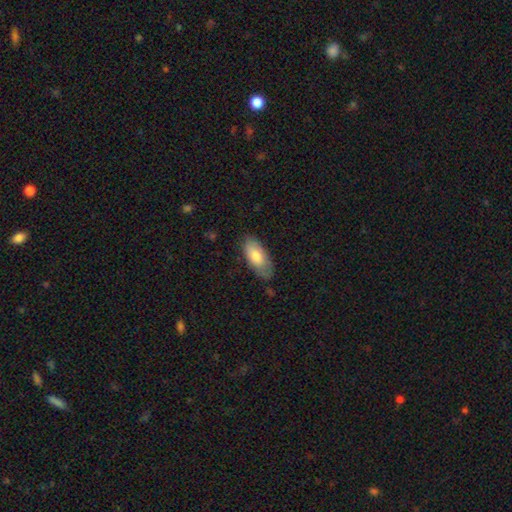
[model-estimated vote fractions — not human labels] Smooth or featured: smooth — 77% (featured or disk — 17%)
How rounded: in between — 90% (cigar-shaped — 8%)
Merging: none — 68% (minor disturbance — 25%)